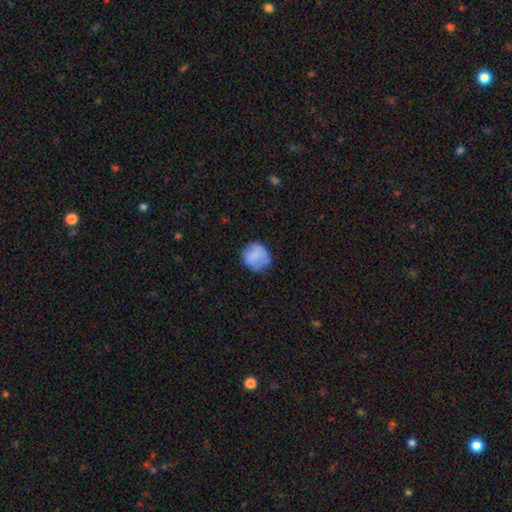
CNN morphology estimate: smooth-or-featured: smooth: 76% | featured or disk: 16% | star or artifact: 8%
  how-rounded: round: 84% | in between: 15% | cigar-shaped: 1%
  merging: none: 66% | minor disturbance: 24% | major disturbance: 8% | merger: 2%